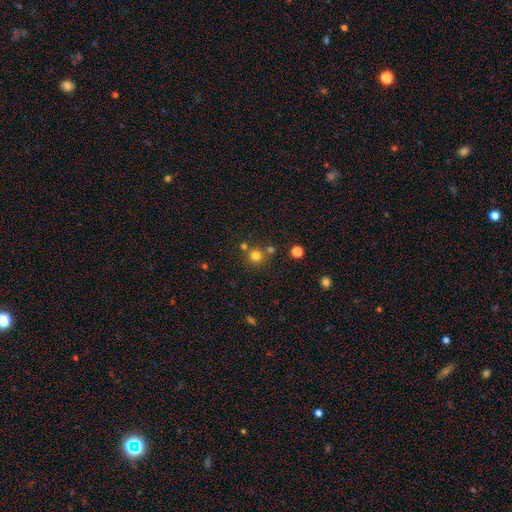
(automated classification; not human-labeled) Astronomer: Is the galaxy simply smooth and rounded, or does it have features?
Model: smooth — 77%.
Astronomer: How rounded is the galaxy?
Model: round — 94%.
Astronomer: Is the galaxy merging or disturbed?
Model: none — 74%.